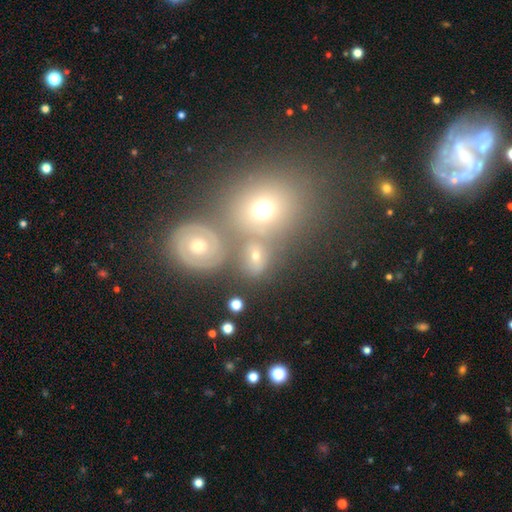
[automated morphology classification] type=featured or disk (50%); merging=none (58%).